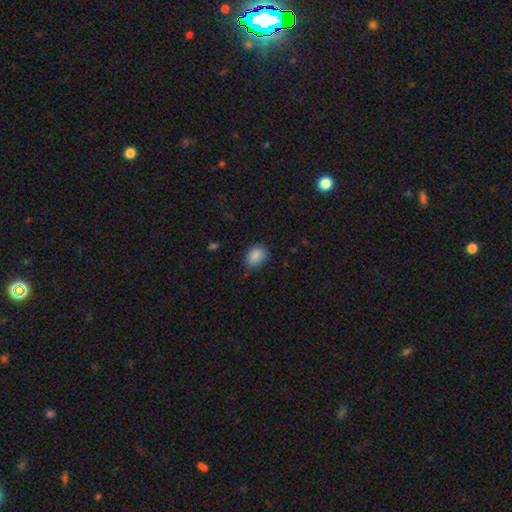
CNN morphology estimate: A smooth galaxy with no disk features (87%) that is in between round and cigar-shaped (64%). Merging: none (72%).